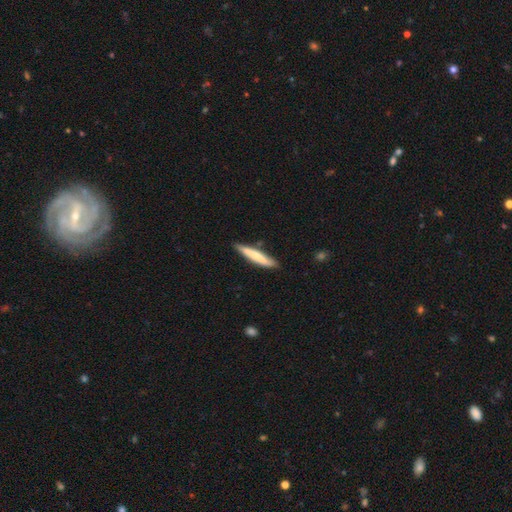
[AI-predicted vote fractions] Q: Smooth or featured?
A: smooth (67%); runner-up: featured or disk (27%)
Q: How rounded?
A: cigar-shaped (92%); runner-up: in between (7%)
Q: Merging?
A: none (80%); runner-up: minor disturbance (15%)